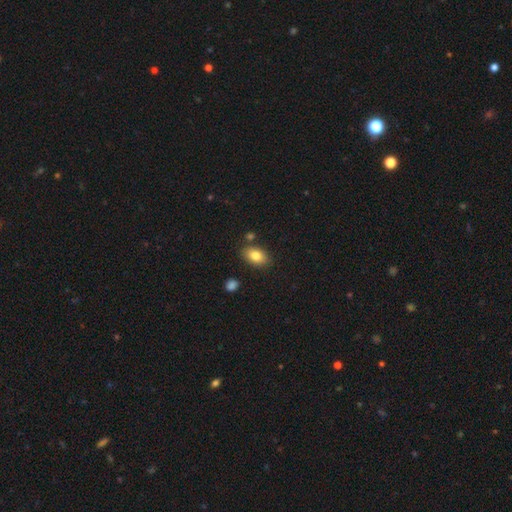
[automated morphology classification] Q: Smooth or featured?
A: smooth (81%); runner-up: featured or disk (11%)
Q: How rounded?
A: in between (87%); runner-up: round (11%)
Q: Merging?
A: none (81%); runner-up: minor disturbance (11%)